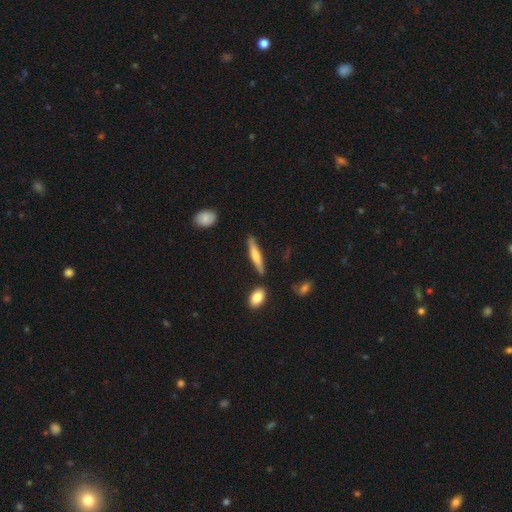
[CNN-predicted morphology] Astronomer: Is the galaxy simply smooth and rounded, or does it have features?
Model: smooth — 56% (runner-up: featured or disk, 38%).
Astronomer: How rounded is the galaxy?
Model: cigar-shaped — 88%.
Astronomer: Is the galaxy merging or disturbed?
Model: none — 83%.